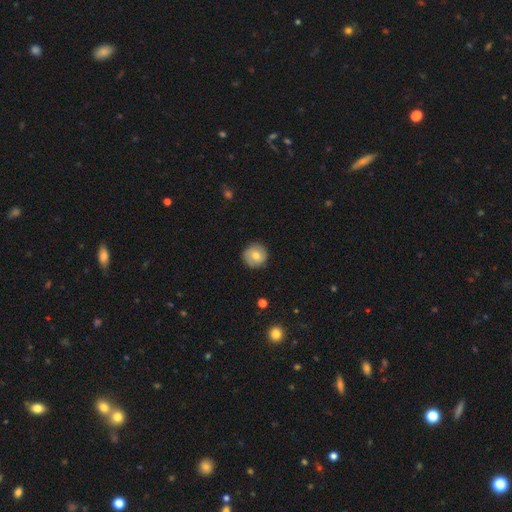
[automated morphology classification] Smooth or featured? smooth (71%)
How rounded? round (94%)
Merging? none (88%)